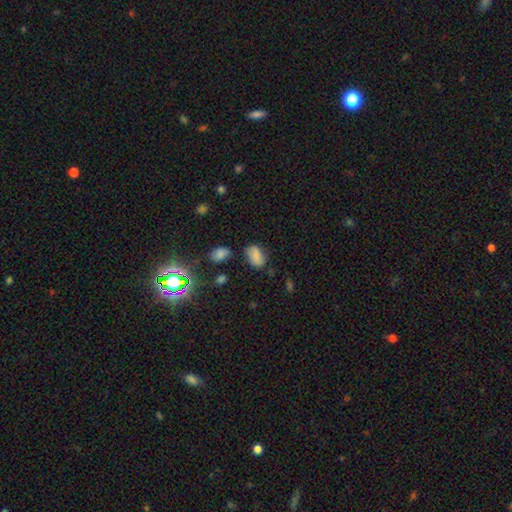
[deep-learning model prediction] A smooth galaxy with no disk features (77%) that is in between round and cigar-shaped (86%).

Vote fractions:
- Smooth or featured? smooth: 77% / star or artifact: 14% / featured or disk: 9%
- How rounded? in between: 86% / round: 12% / cigar-shaped: 2%
- Merging? none: 65% / minor disturbance: 22% / major disturbance: 7% / merger: 6%